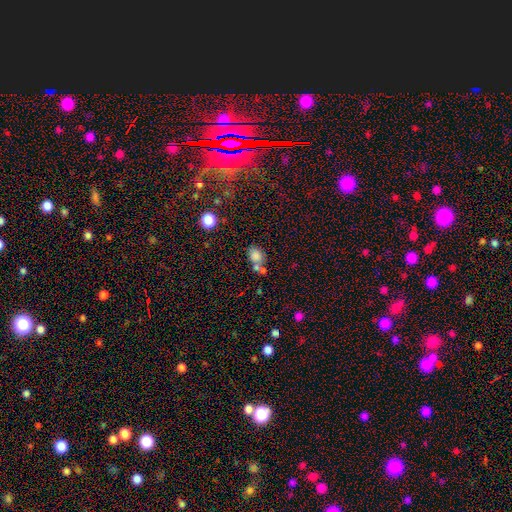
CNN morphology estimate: Overall: smooth (78%). How rounded: in between (59%; round 40%). Merging: none (47%; merger 34%).